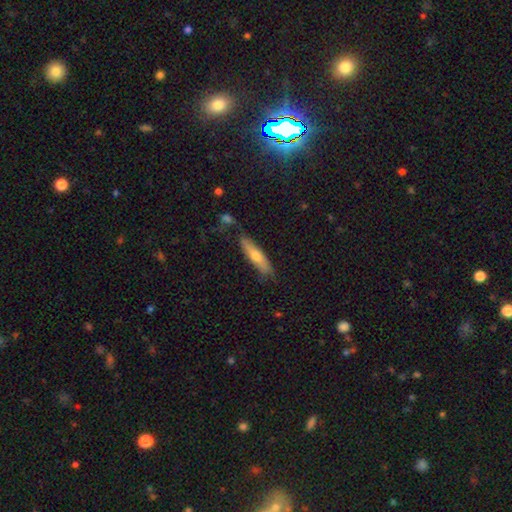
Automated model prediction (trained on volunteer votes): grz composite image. It shows a smooth galaxy with no disk features (59%) that is cigar-shaped (72%). Merging: none (75%).